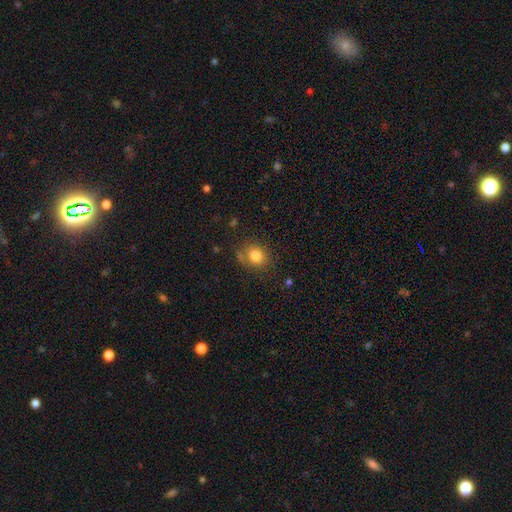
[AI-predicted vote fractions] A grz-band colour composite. It shows a smooth galaxy with no disk features (81%) that is round (65%). Merging: none (74%).